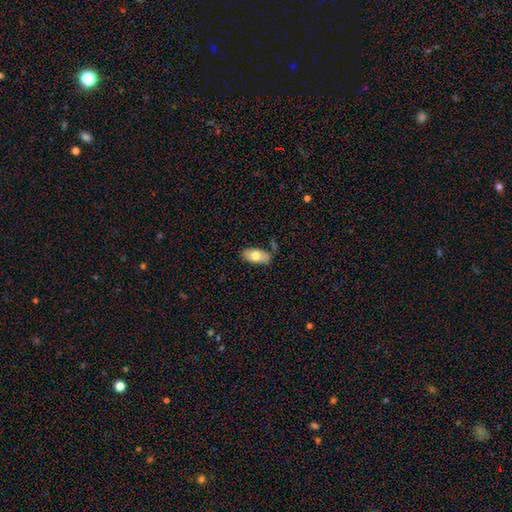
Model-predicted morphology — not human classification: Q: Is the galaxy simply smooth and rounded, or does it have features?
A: smooth — 74%.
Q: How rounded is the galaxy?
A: in between — 93%.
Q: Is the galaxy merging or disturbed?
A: none — 76%.